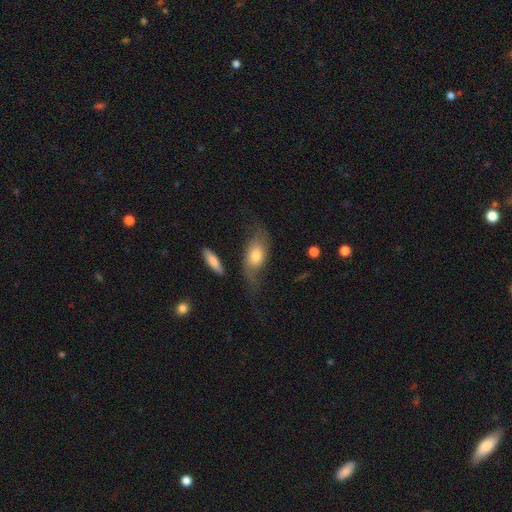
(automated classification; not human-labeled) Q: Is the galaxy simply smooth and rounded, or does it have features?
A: smooth — 50%.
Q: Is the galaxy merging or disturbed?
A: none — 48%.